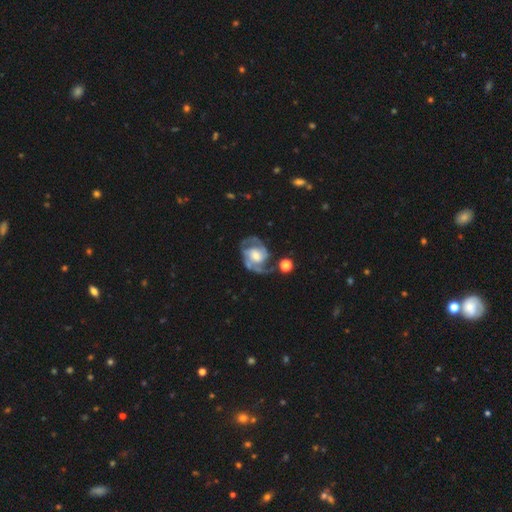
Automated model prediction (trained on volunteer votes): Q: Smooth or featured?
A: featured or disk (87%); runner-up: smooth (8%)
Q: Edge-on disk?
A: no (98%); runner-up: yes (2%)
Q: Bar?
A: no (48%); runner-up: weak (39%)
Q: Spiral arms?
A: yes (96%); runner-up: no (4%)
Q: Spiral winding?
A: medium (52%); runner-up: tight (33%)
Q: Spiral arm count?
A: 2 (82%); runner-up: 3 (7%)
Q: Bulge size?
A: moderate (50%); runner-up: small (34%)
Q: Merging?
A: none (63%); runner-up: minor disturbance (19%)